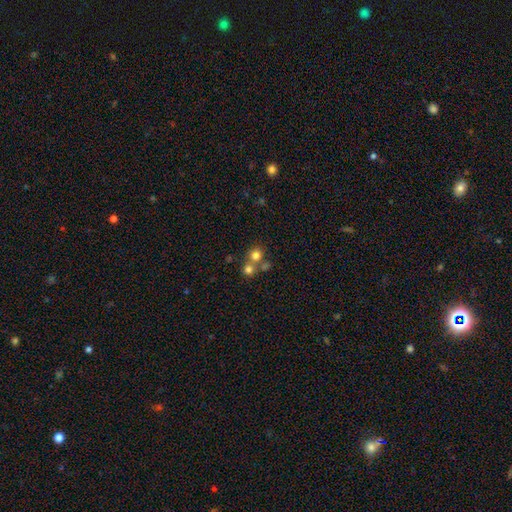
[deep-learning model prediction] Smooth or featured?
  - smooth: 74% *
  - star or artifact: 15%
  - featured or disk: 11%
How rounded?
  - round: 88% *
  - in between: 11%
  - cigar-shaped: 1%
Merging?
  - none: 52% *
  - merger: 39%
  - minor disturbance: 6%
  - major disturbance: 3%